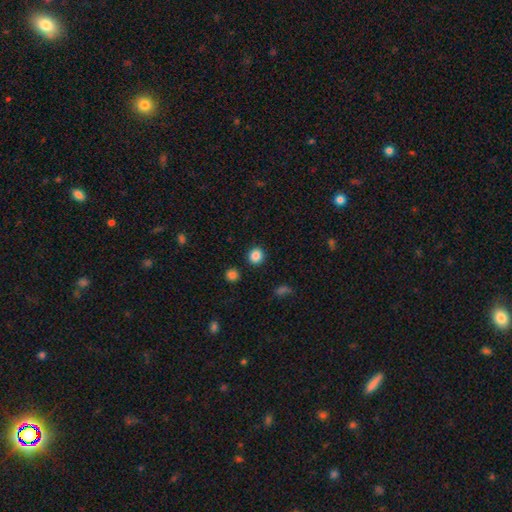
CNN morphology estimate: Q: Smooth or featured?
A: smooth (86%); runner-up: star or artifact (11%)
Q: How rounded?
A: round (88%); runner-up: in between (11%)
Q: Merging?
A: none (90%); runner-up: minor disturbance (5%)